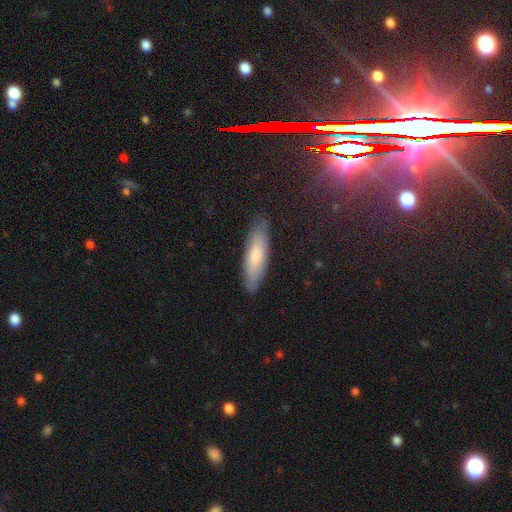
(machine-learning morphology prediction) smooth 73%, featured or disk 22%, star or artifact 6%. Down the decision tree: how rounded — cigar-shaped (58%); merging — none (85%).